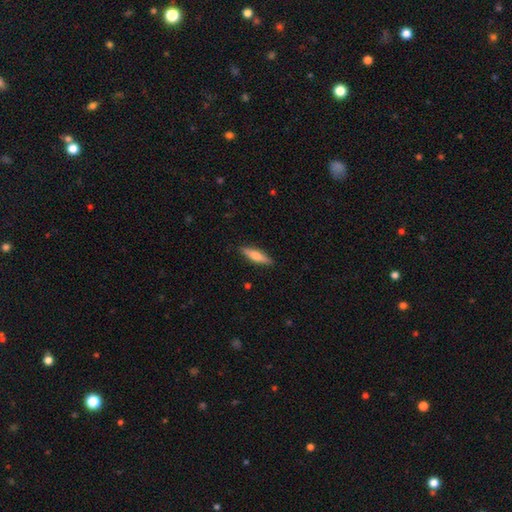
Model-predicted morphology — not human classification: type=smooth (61%); roundness=cigar-shaped (72%); merging=none (88%).